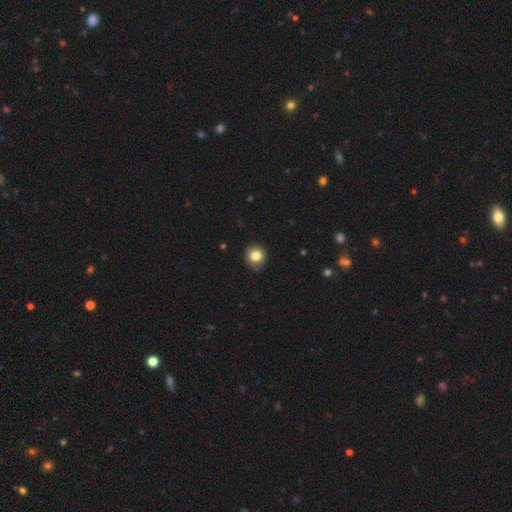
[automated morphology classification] Q: Smooth or featured?
A: smooth (83%); runner-up: star or artifact (11%)
Q: How rounded?
A: round (92%); runner-up: in between (7%)
Q: Merging?
A: none (87%); runner-up: minor disturbance (10%)